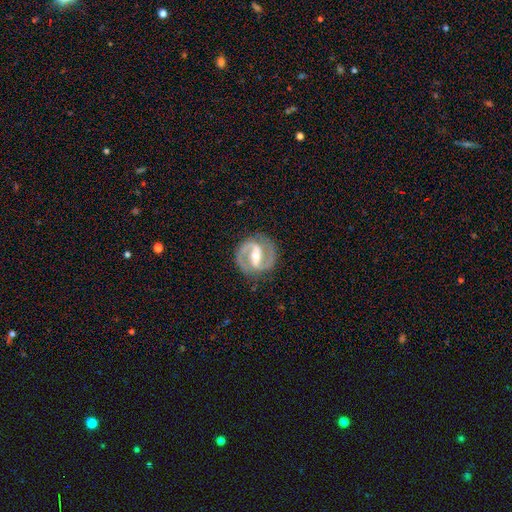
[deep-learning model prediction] The model was most divided on "bulge size": moderate: 58%, small: 37%, large: 3%, none: 1%, dominant: 1%. More confident: edge-on disk — no (98%); spiral arms — yes (97%); spiral arm count — 2 (94%); smooth or featured — featured or disk (92%); merging — none (86%); bar — strong (62%); spiral winding — medium (57%).